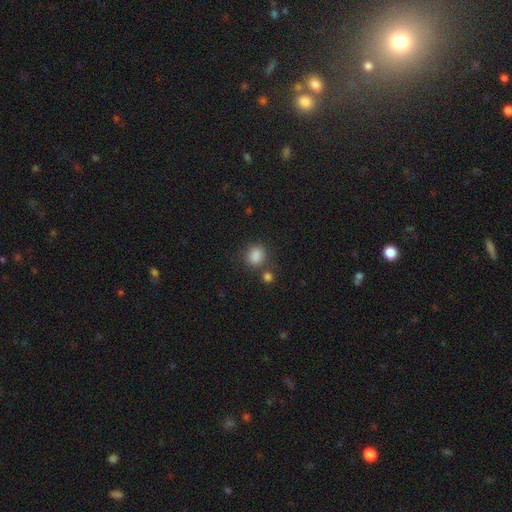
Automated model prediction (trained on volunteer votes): smooth 84%, star or artifact 11%, featured or disk 5%. Down the decision tree: how rounded — round (59%); merging — none (65%).